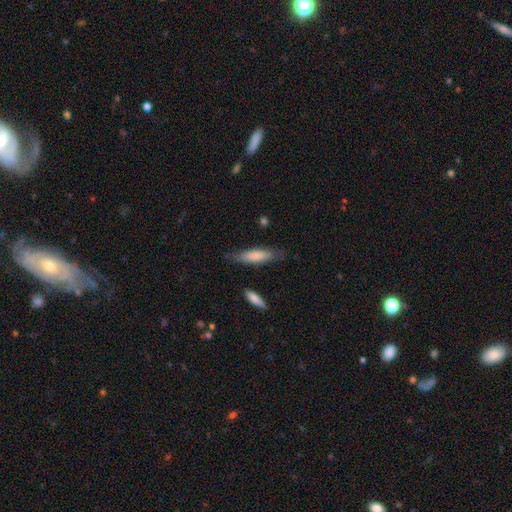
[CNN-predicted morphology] type=smooth (76%); roundness=cigar-shaped (66%); merging=none (74%).